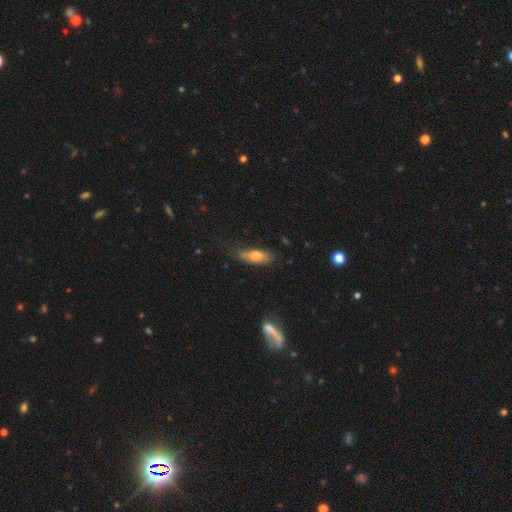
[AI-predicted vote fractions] Smooth or featured?
  - smooth: 69% *
  - featured or disk: 24%
  - star or artifact: 7%
How rounded?
  - in between: 68% *
  - cigar-shaped: 30%
  - round: 3%
Merging?
  - none: 70% *
  - minor disturbance: 23%
  - major disturbance: 6%
  - merger: 2%